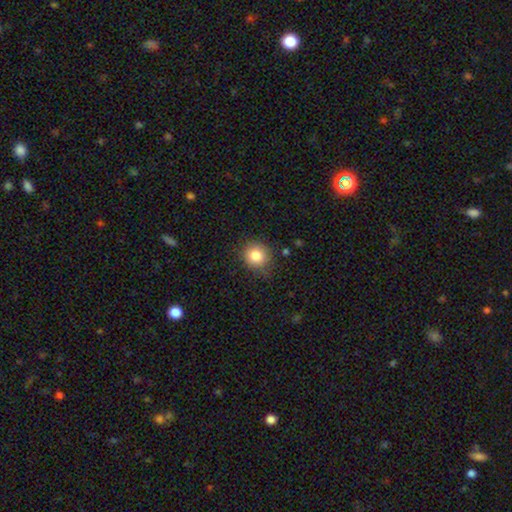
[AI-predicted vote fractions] Smooth or featured: smooth — 83% (star or artifact — 10%)
How rounded: round — 84% (in between — 15%)
Merging: none — 77% (minor disturbance — 17%)